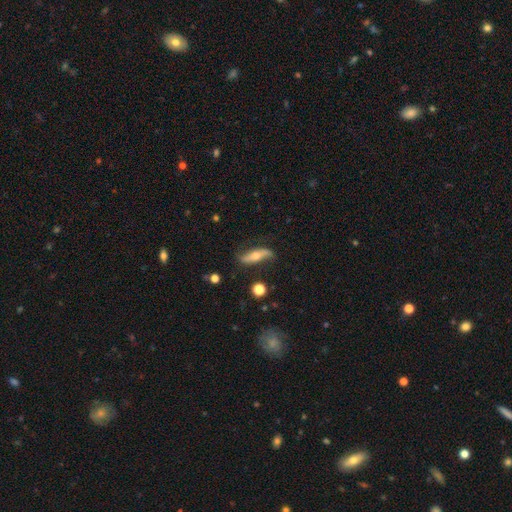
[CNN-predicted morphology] Overall: featured or disk (64%; smooth 29%). Edge-on disk: no (58%; yes 42%). Merging: none (73%).